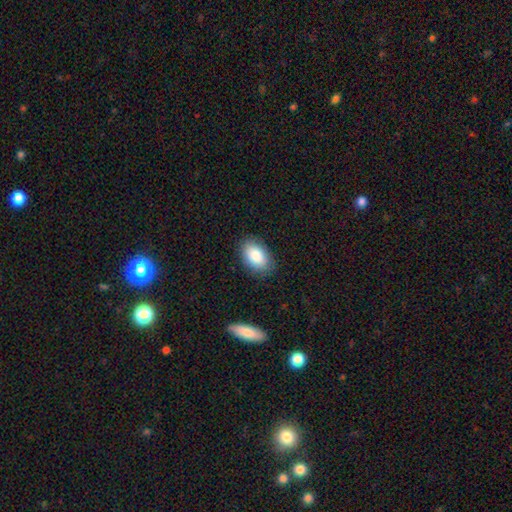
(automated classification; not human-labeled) Smooth or featured?
  - smooth: 86% *
  - featured or disk: 7%
  - star or artifact: 7%
How rounded?
  - in between: 90% *
  - round: 9%
  - cigar-shaped: 1%
Merging?
  - none: 85% *
  - minor disturbance: 11%
  - major disturbance: 3%
  - merger: 1%